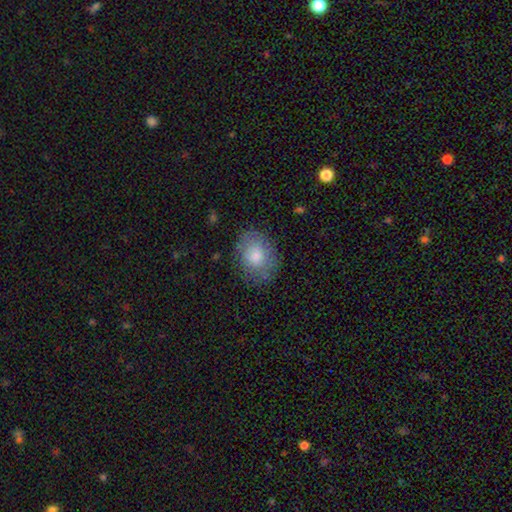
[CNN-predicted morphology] This is likely a smooth galaxy (76%). How rounded: likely in between (64%). Merging: likely none (76%).